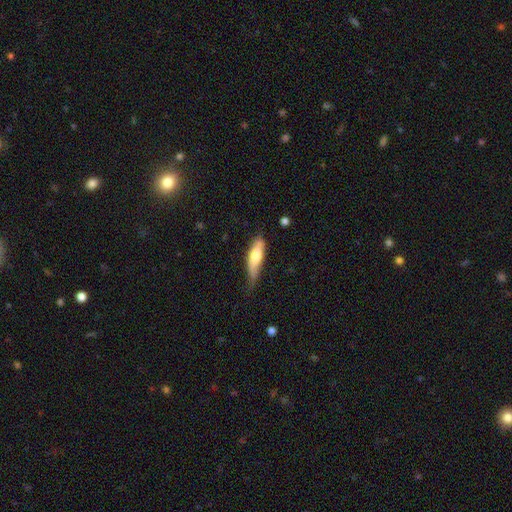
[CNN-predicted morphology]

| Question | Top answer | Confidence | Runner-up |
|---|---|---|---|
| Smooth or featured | smooth | 67% | featured or disk (27%) |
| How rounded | cigar-shaped | 50% | in between (48%) |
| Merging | minor disturbance | 42% | tied: none (42%) |